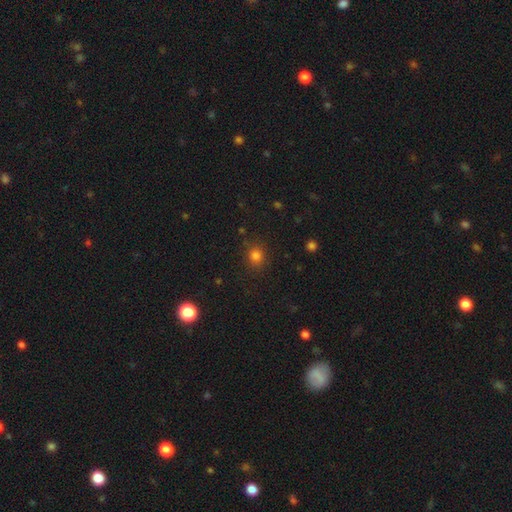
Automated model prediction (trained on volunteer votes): Smooth or featured? smooth (80%)
How rounded? round (80%)
Merging? none (85%)